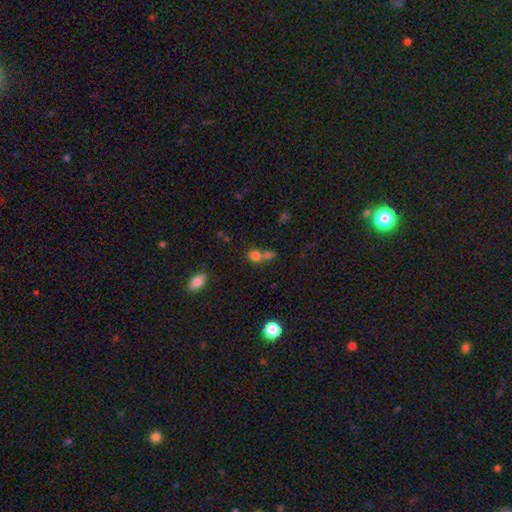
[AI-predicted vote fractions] Smooth or featured? smooth (77%)
How rounded? round (70%)
Merging? merger (52%)